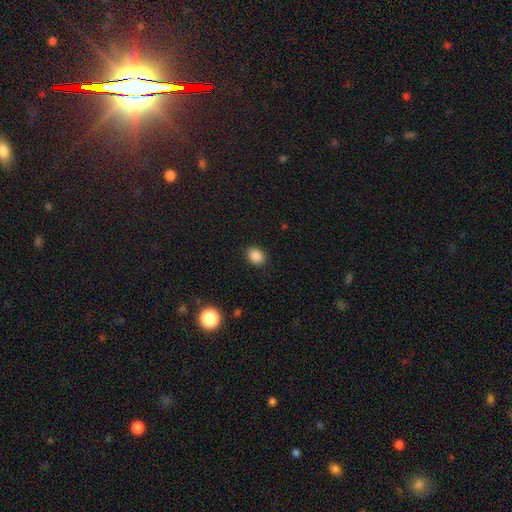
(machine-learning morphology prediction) The model was most divided on "how rounded": in between: 65%, round: 34%, cigar-shaped: 1%. More confident: merging — none (88%); smooth or featured — smooth (87%).